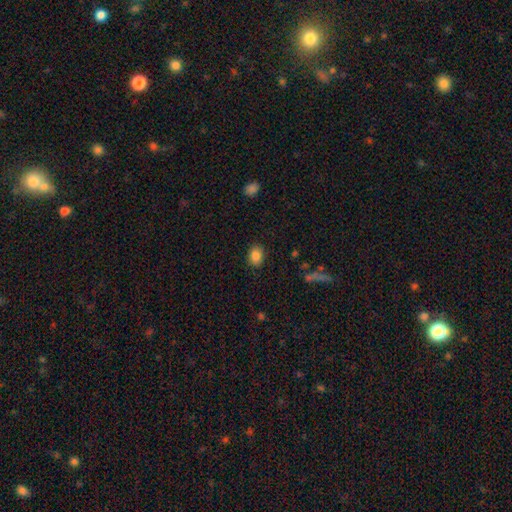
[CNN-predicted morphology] smooth_or_featured: smooth (p=0.86) [alt: star or artifact p=0.09]
how_rounded: in between (p=0.59) [alt: round p=0.39]
merging: none (p=0.86) [alt: minor disturbance p=0.10]